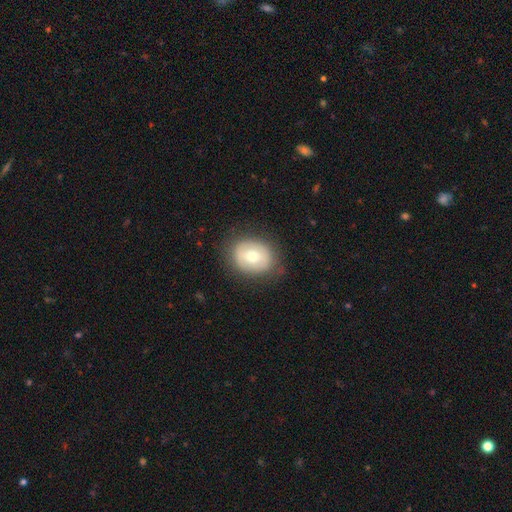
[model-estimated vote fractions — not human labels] smooth-or-featured: smooth: 58% | featured or disk: 35% | star or artifact: 7%
  how-rounded: round: 58% | in between: 42% | cigar-shaped: 1%
  merging: none: 79% | minor disturbance: 15% | major disturbance: 5% | merger: 1%